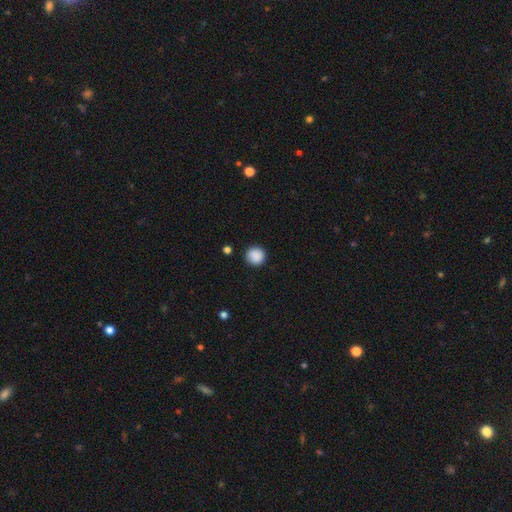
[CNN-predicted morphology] type=smooth (88%); roundness=round (94%); merging=none (90%).